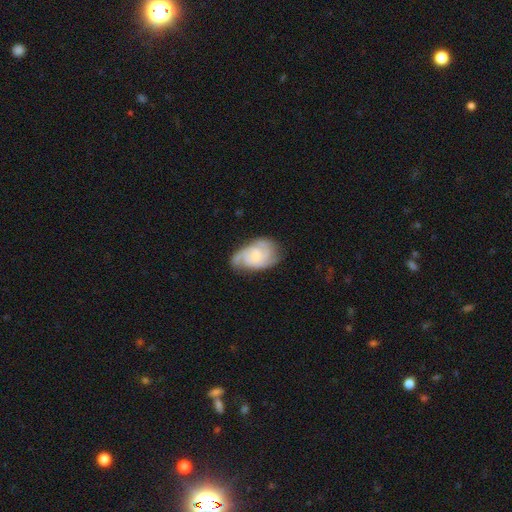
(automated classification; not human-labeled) Smooth or featured?
  - featured or disk: 74% *
  - smooth: 21%
  - star or artifact: 6%
Edge-on disk?
  - no: 97% *
  - yes: 3%
Bar?
  - no: 67% *
  - weak: 30%
  - strong: 4%
Spiral arms?
  - yes: 93% *
  - no: 7%
Spiral winding?
  - tight: 47% *
  - medium: 41%
  - loose: 12%
Spiral arm count?
  - 3: 35% *
  - 2: 27%
  - can't tell: 23%
  - 4: 8%
  - 1: 5%
  - more than 4: 3%
Bulge size?
  - small: 45% *
  - moderate: 42%
  - none: 7%
  - large: 5%
  - dominant: 1%
Merging?
  - none: 58% *
  - minor disturbance: 29%
  - major disturbance: 11%
  - merger: 2%